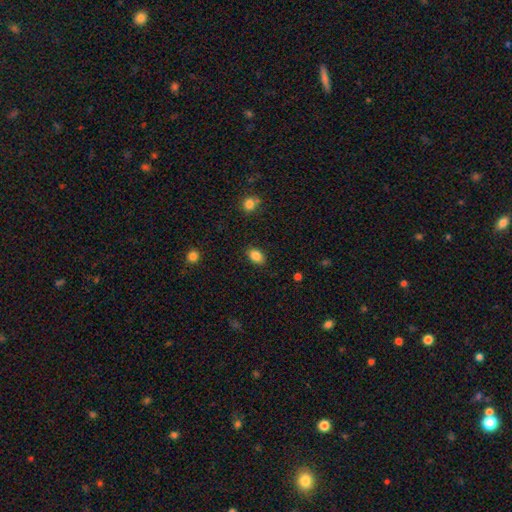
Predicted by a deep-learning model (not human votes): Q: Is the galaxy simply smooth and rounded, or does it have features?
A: smooth — 87%.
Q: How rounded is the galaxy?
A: in between — 84%.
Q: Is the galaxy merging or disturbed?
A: none — 87%.